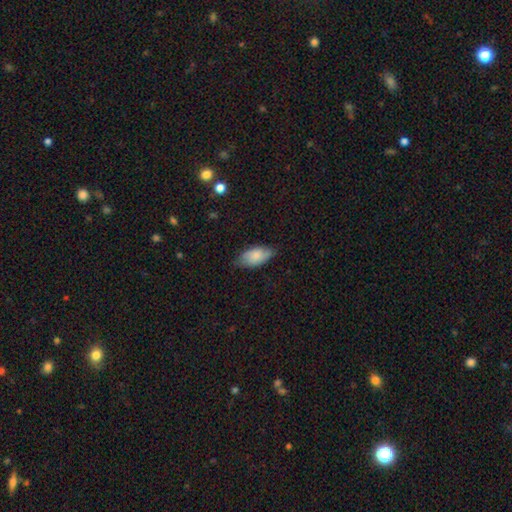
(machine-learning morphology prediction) A smooth galaxy with no disk features (77%) that is in between round and cigar-shaped (93%). Merging: none (69%).